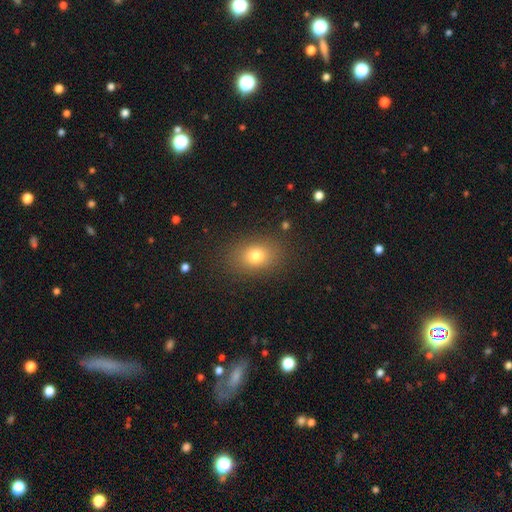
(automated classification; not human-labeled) A smooth galaxy with no disk features (76%) that is in between round and cigar-shaped (67%). Merging: none (86%).